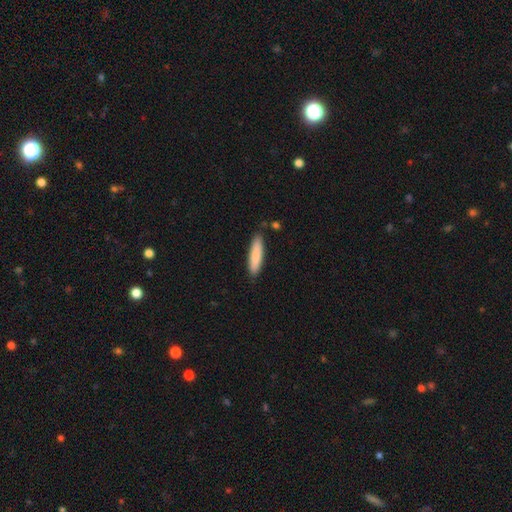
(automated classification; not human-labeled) smooth_or_featured: smooth (p=0.84) [alt: featured or disk p=0.11]
how_rounded: cigar-shaped (p=0.81) [alt: in between p=0.18]
merging: none (p=0.87) [alt: minor disturbance p=0.09]